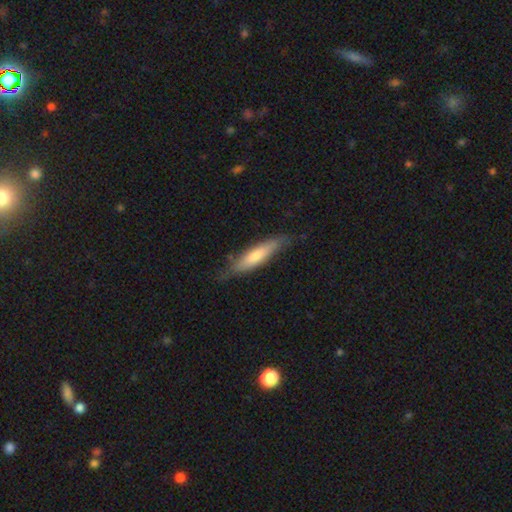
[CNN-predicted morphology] The model was most divided on "smooth or featured": smooth: 57%, featured or disk: 37%, star or artifact: 6%. More confident: how rounded — cigar-shaped (82%); merging — none (74%).